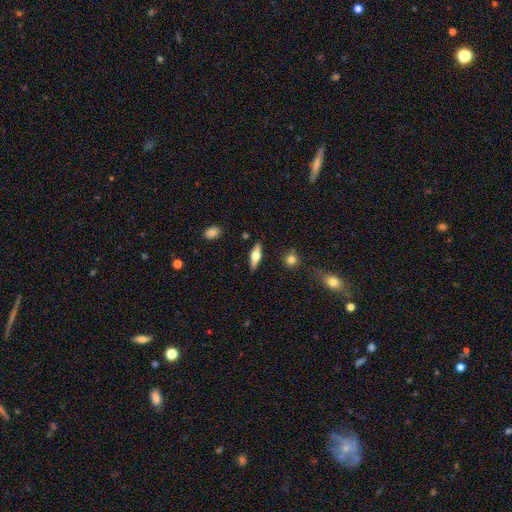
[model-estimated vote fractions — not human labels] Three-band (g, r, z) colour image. It shows a featured or disk galaxy (51%) viewed edge-on (93%). Merging: none (87%).